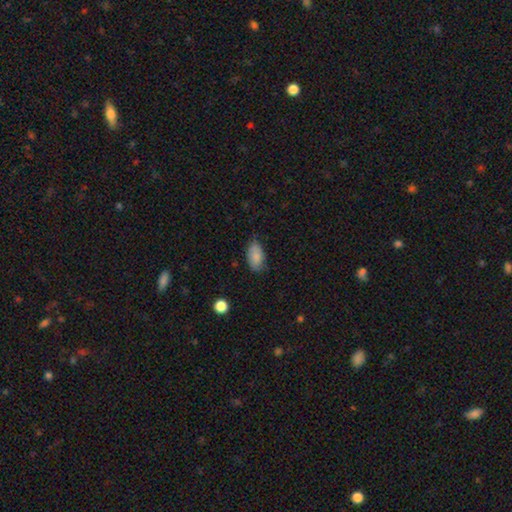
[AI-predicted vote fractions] This appears to be a smooth galaxy with no disk features (86%) that is in between round and cigar-shaped (93%). Merging: none (70%).